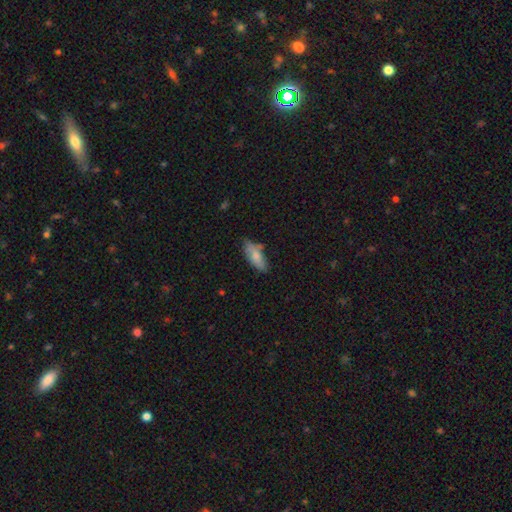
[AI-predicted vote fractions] Smooth or featured? smooth (75%)
How rounded? in between (75%)
Merging? none (59%)